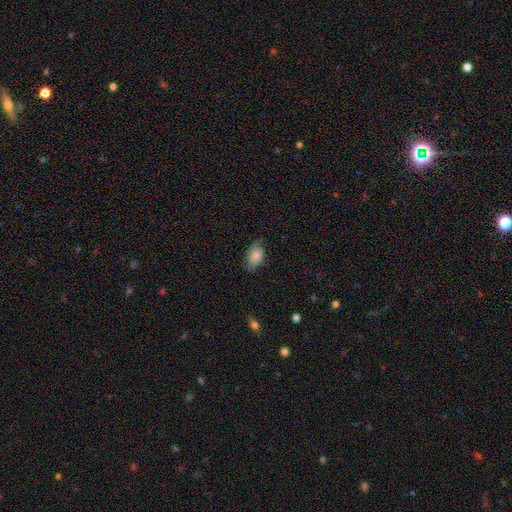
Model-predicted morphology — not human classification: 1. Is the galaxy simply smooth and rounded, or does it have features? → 76% smooth, 16% featured or disk, 8% star or artifact.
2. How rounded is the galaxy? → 90% in between, 8% round, 2% cigar-shaped.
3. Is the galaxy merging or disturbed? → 63% none, 29% minor disturbance, 7% major disturbance, 1% merger.